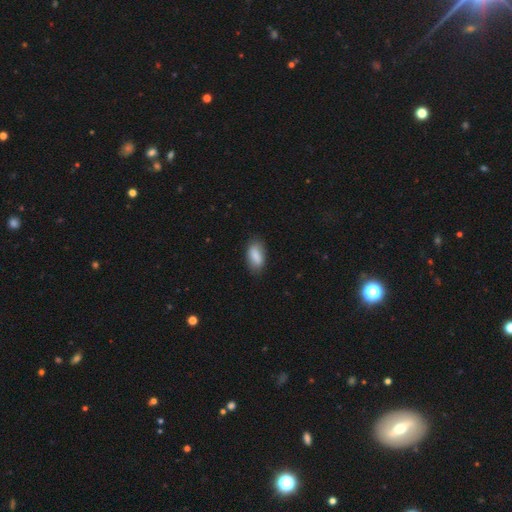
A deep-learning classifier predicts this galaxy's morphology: A smooth galaxy with no disk features (85%) that is in between round and cigar-shaped (90%). Merging: none (79%).